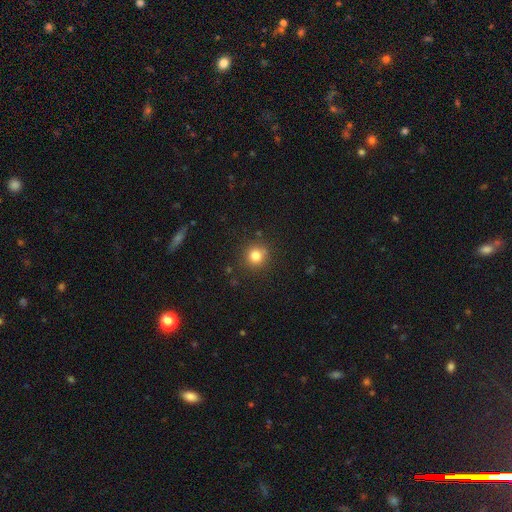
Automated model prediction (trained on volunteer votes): Smooth or featured?
  - smooth: 81% *
  - star or artifact: 13%
  - featured or disk: 7%
How rounded?
  - round: 92% *
  - in between: 7%
  - cigar-shaped: 1%
Merging?
  - none: 86% *
  - minor disturbance: 9%
  - major disturbance: 3%
  - merger: 3%